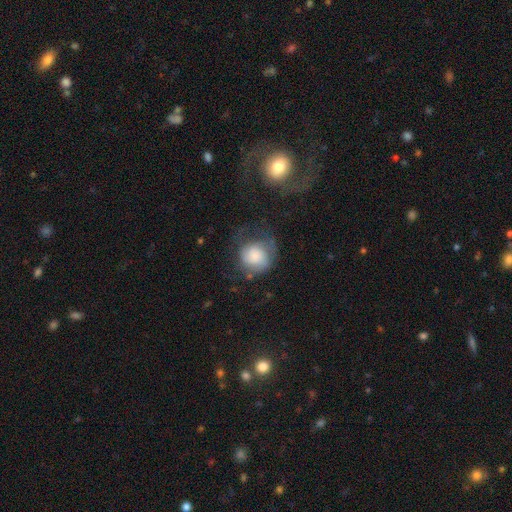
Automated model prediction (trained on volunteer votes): The model was most divided on "merging": none: 43%, major disturbance: 28%, minor disturbance: 26%, merger: 3%. More confident: how rounded — round (82%); smooth or featured — smooth (62%).